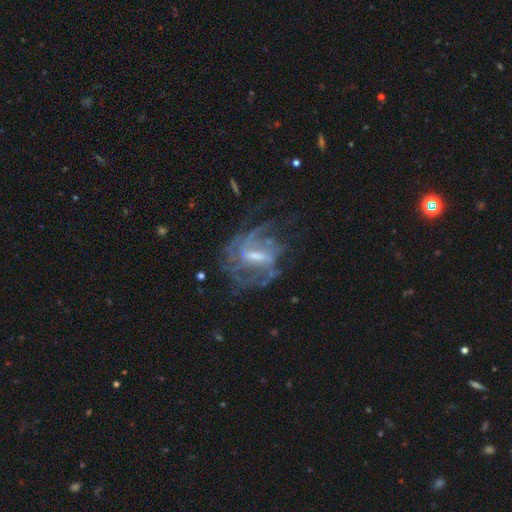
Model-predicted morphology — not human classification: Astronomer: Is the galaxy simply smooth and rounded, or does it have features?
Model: featured or disk — 84%.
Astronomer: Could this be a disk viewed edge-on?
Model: no — 96%.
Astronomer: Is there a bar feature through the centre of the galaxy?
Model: weak — 49% (runner-up: strong, 36%).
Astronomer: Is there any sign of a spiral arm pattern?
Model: yes — 87%.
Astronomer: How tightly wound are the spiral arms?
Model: medium — 42% (runner-up: tight, 32%).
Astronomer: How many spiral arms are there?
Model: can't tell — 39% (runner-up: 2, 21%).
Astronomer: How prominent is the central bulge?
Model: moderate — 41%, tied with small at 41%.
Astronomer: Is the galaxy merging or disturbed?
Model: none — 50% (runner-up: major disturbance, 29%).